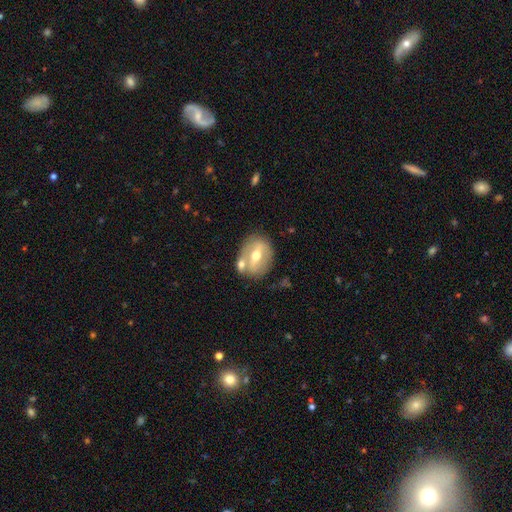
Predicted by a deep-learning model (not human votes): Smooth or featured? featured or disk (58%)
Edge-on disk? no (83%)
Merging? none (64%)